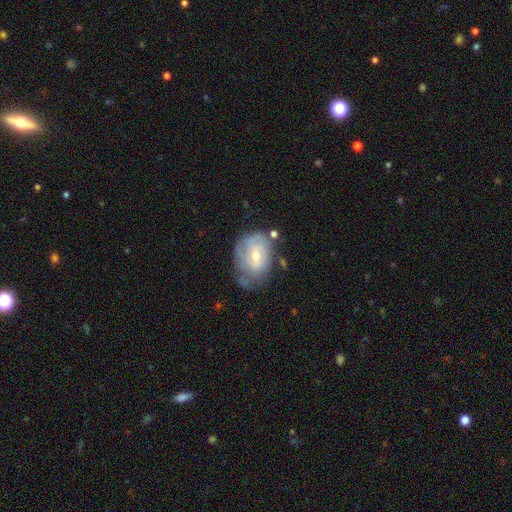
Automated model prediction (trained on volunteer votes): Overall: featured or disk (63%; smooth 30%). Edge-on disk: no (96%). Bar: no (62%; weak 32%). Spiral arms: yes (69%; no 31%). Bulge size: small (51%; moderate 45%). Merging: none (46%; minor disturbance 31%).